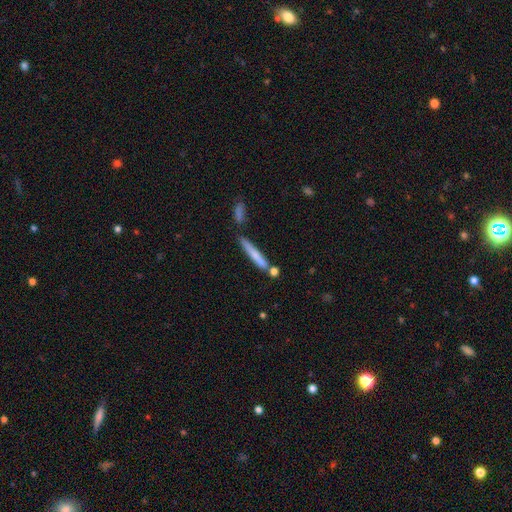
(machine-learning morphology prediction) Overall: smooth (68%). How rounded: cigar-shaped (94%). Merging: none (69%).